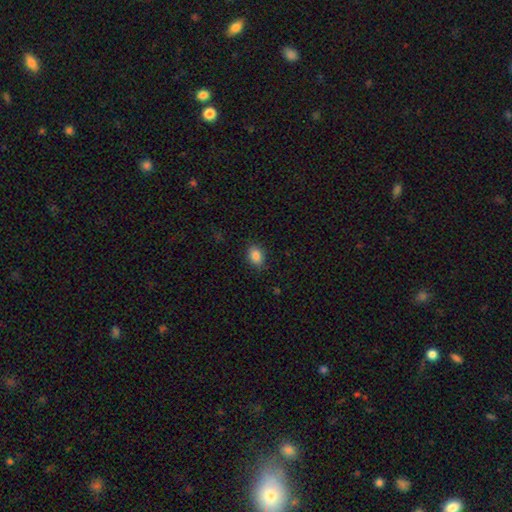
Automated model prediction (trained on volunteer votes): Morphology: type=smooth (88%); roundness=in between (74%); merging=none (87%).